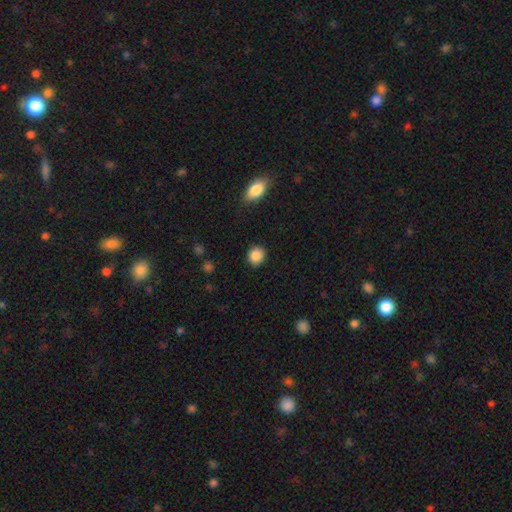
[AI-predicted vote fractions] Smooth or featured? Predicted: smooth (p=0.88). How rounded? Predicted: round (p=0.79). Merging? Predicted: none (p=0.89).